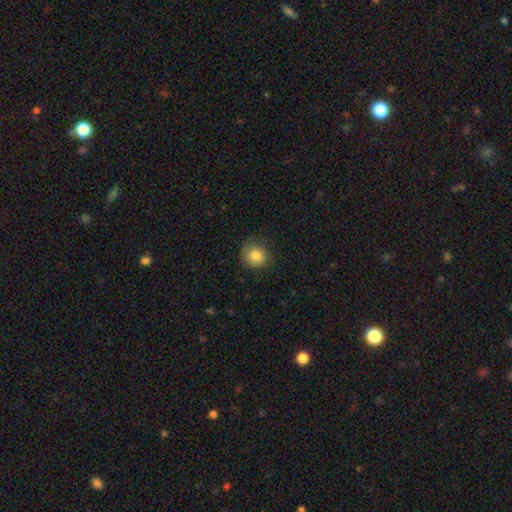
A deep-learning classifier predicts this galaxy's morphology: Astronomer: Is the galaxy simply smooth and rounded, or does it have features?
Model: smooth — 84%.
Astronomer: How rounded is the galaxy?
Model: round — 87%.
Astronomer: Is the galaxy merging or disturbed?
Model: none — 78%.